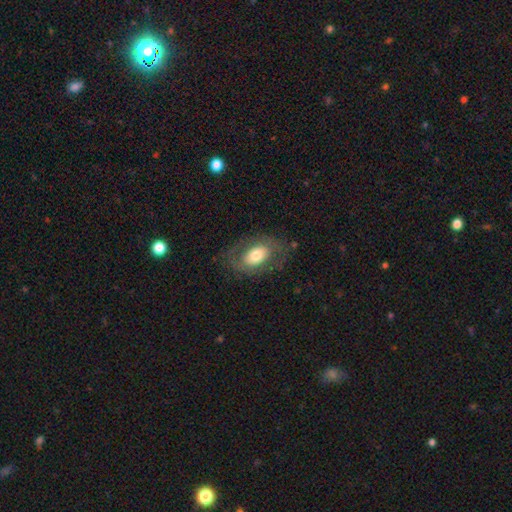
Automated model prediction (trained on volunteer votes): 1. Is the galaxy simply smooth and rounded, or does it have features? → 52% smooth, 41% featured or disk, 7% star or artifact.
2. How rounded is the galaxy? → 85% in between, 13% round, 2% cigar-shaped.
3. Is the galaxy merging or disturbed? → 73% none, 15% minor disturbance, 10% major disturbance, 1% merger.